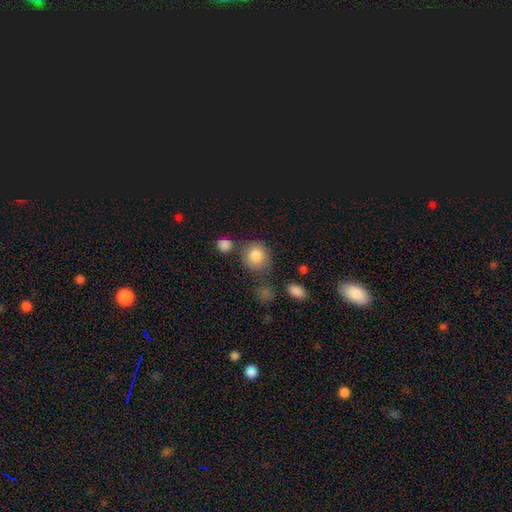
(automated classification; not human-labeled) smooth-or-featured: smooth: 83% | featured or disk: 9% | star or artifact: 8%
  how-rounded: round: 82% | in between: 17% | cigar-shaped: 1%
  merging: none: 67% | minor disturbance: 16% | merger: 11% | major disturbance: 6%